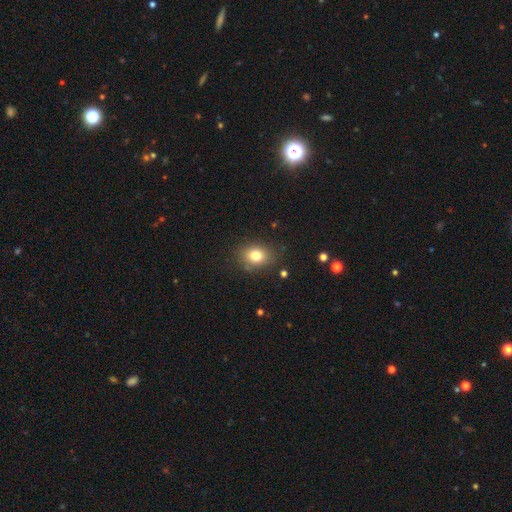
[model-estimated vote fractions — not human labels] The model was most divided on "how rounded": in between: 51%, round: 48%, cigar-shaped: 1%. More confident: merging — none (81%); smooth or featured — smooth (79%).